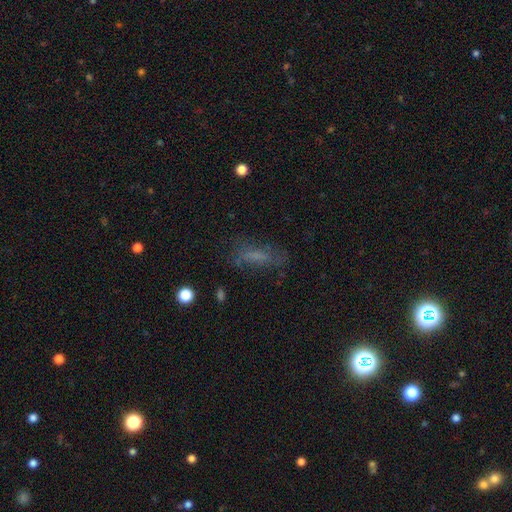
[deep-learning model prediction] This is possibly a smooth galaxy (53%). How rounded: possibly in between (51%). Merging: likely none (62%).